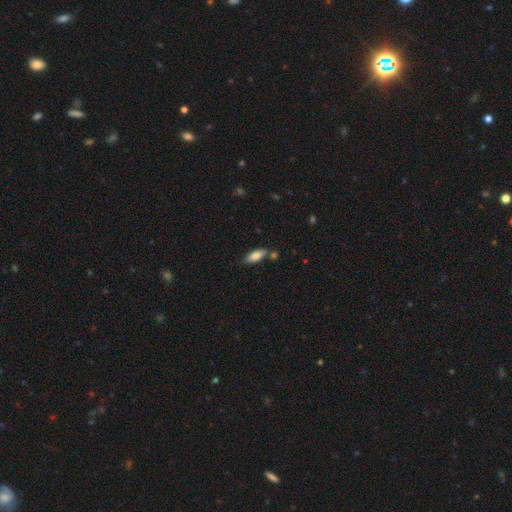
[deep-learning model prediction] Morphology: type=smooth (78%); roundness=in between (70%); merging=none (66%).